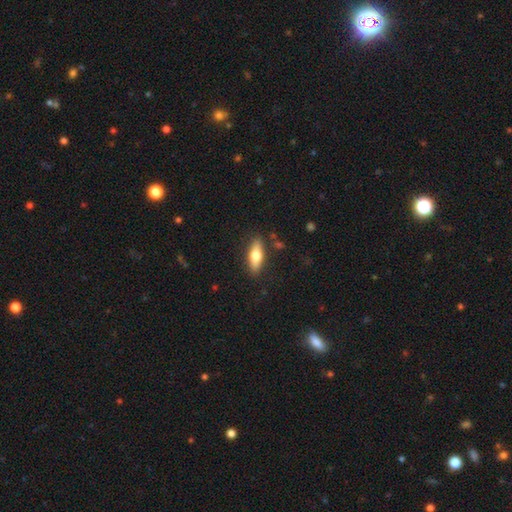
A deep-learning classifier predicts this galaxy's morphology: Smooth or featured? smooth (63%)
How rounded? in between (59%)
Merging? none (86%)